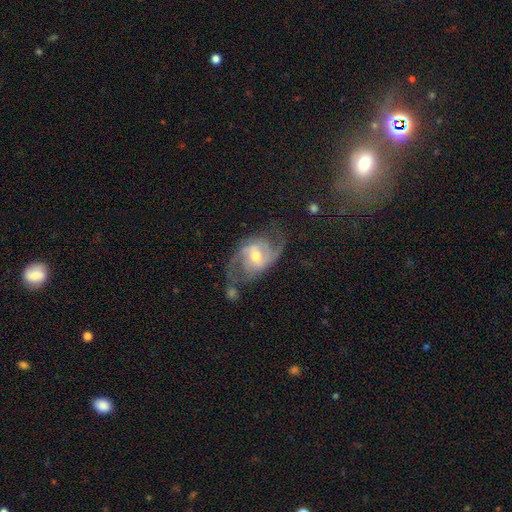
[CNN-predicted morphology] Smooth or featured? Predicted: featured or disk (p=0.85). Edge-on disk? Predicted: no (p=0.97). Bar? Predicted: weak (p=0.52). Spiral arms? Predicted: yes (p=0.95). Spiral winding? Predicted: medium (p=0.50). Spiral arm count? Predicted: 2 (p=0.77). Bulge size? Predicted: moderate (p=0.61). Merging? Predicted: none (p=0.59).